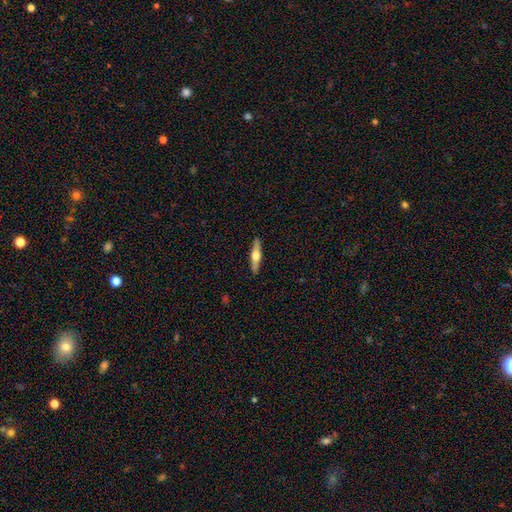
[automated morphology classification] type=featured or disk (58%); edge-on=yes (96%); edge-on bulge=rounded (94%); merging=none (91%).